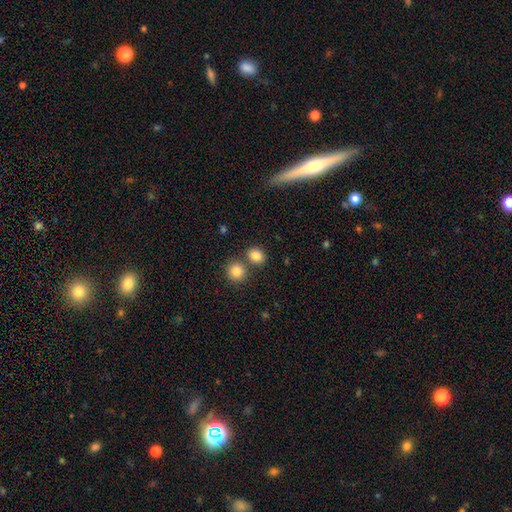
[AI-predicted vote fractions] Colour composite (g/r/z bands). It shows a smooth galaxy with no disk features (84%) that is round (68%). Merging: none (68%).